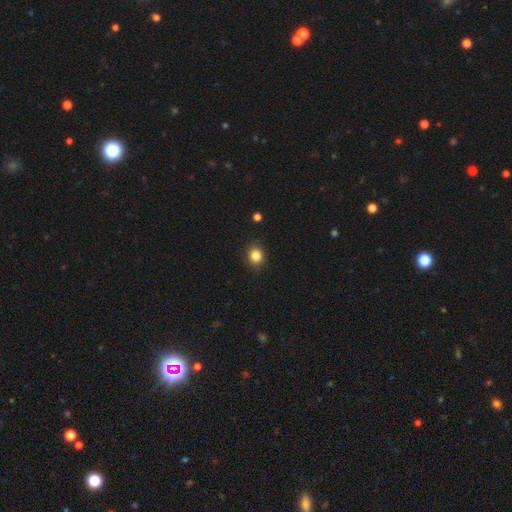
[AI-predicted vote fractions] Smooth or featured?
  - smooth: 84% *
  - star or artifact: 11%
  - featured or disk: 5%
How rounded?
  - round: 76% *
  - in between: 23%
  - cigar-shaped: 1%
Merging?
  - none: 90% *
  - minor disturbance: 7%
  - major disturbance: 2%
  - merger: 1%